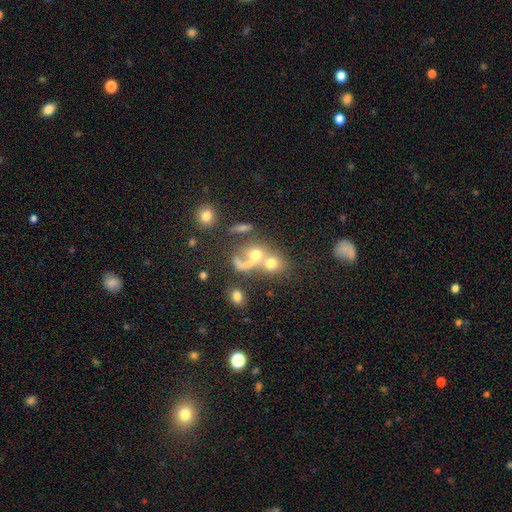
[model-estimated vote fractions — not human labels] A smooth galaxy with no disk features (55%) that is round (68%).

Vote fractions:
- Smooth or featured? smooth: 55% / featured or disk: 28% / star or artifact: 18%
- How rounded? round: 68% / in between: 30% / cigar-shaped: 2%
- Merging? merger: 59% / none: 23% / major disturbance: 10% / minor disturbance: 7%